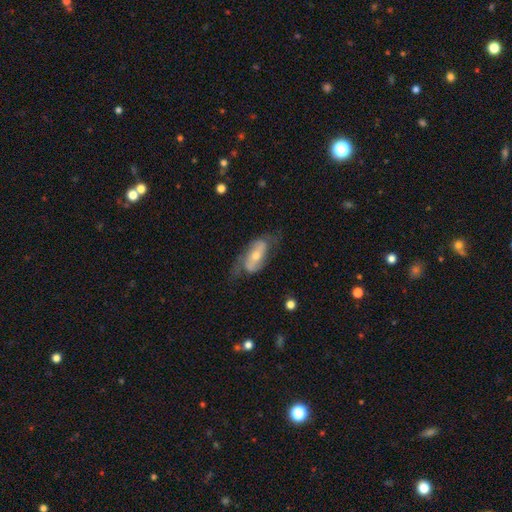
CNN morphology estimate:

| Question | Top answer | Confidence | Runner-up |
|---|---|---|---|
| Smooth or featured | featured or disk | 73% | smooth (20%) |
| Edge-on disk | no | 90% | yes (10%) |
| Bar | no | 40% | weak (34%) |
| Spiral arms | yes | 85% | no (15%) |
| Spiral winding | loose | 42% | medium (39%) |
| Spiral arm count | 2 | 83% | can't tell (10%) |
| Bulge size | moderate | 53% | small (42%) |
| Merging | none | 60% | minor disturbance (22%) |